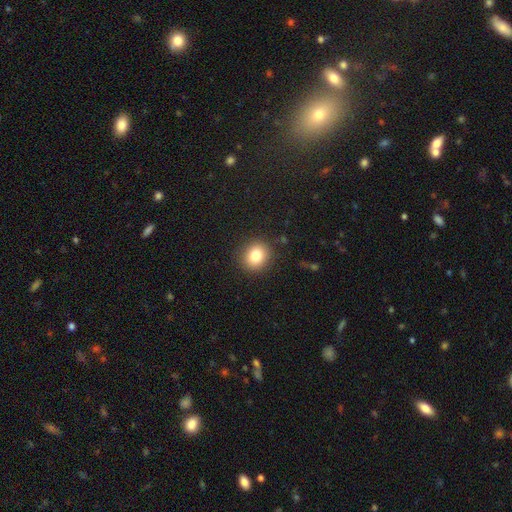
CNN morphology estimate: type=smooth (82%); roundness=round (78%); merging=none (89%).